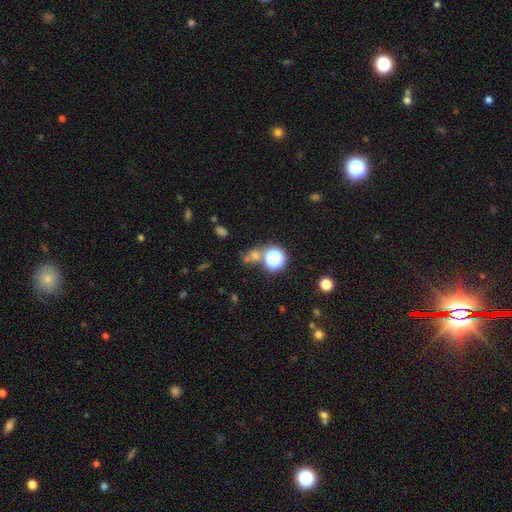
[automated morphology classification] smooth_or_featured: star or artifact (p=0.55) [alt: smooth p=0.35]